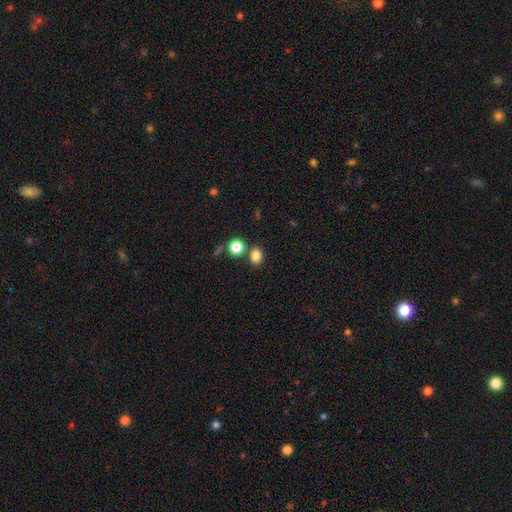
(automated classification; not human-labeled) smooth 83%, star or artifact 12%, featured or disk 5%. Down the decision tree: how rounded — round (58%); merging — none (71%).